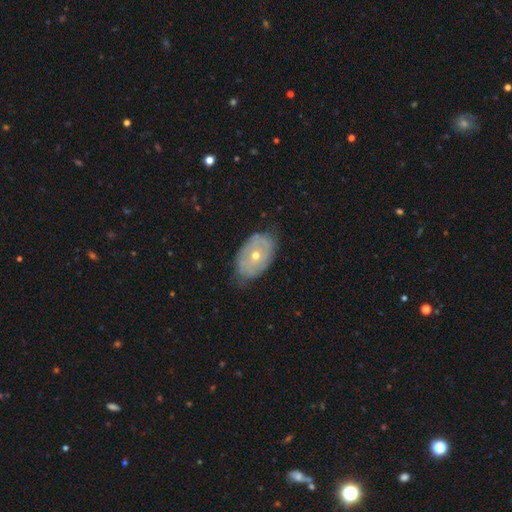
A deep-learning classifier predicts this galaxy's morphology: smooth-or-featured: featured or disk: 56% | smooth: 36% | star or artifact: 7%
  disk-edge-on: no: 91% | yes: 9%
    bar: no: 88% | weak: 9% | strong: 3%
    has-spiral-arms: no: 62% | yes: 38%
    bulge-size: moderate: 52% | small: 45% | large: 1% | none: 1% | dominant: 1%
  merging: none: 71% | minor disturbance: 22% | major disturbance: 5% | merger: 1%